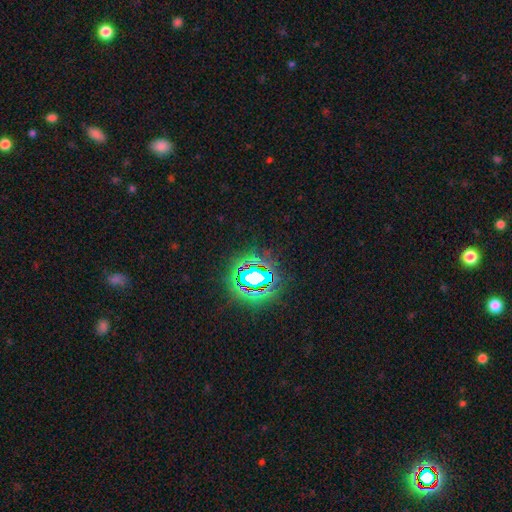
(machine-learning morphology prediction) smooth-or-featured: star or artifact: 77% | smooth: 15% | featured or disk: 8%